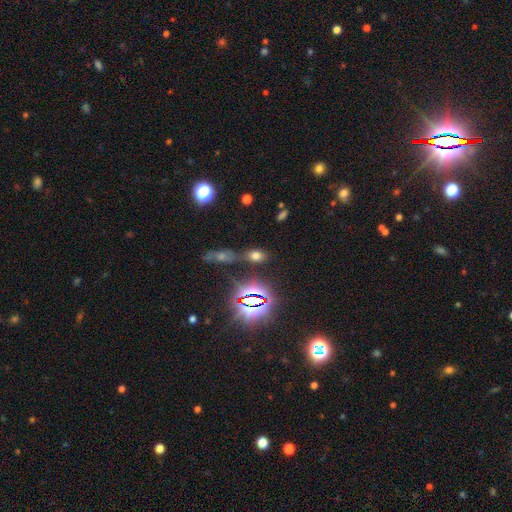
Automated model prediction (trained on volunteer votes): smooth-or-featured: smooth: 54% | star or artifact: 36% | featured or disk: 10%
  how-rounded: in between: 79% | round: 16% | cigar-shaped: 5%
  merging: none: 68% | merger: 14% | minor disturbance: 12% | major disturbance: 5%